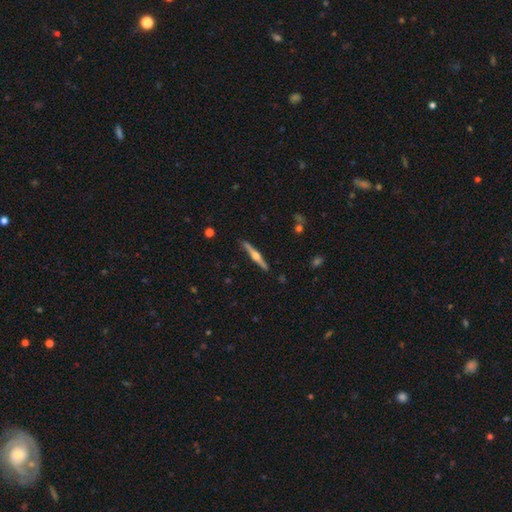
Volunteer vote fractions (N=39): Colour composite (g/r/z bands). It shows a featured or disk galaxy (74%) viewed edge-on (100%) with a rounded central bulge (93%). Merging: none (97%).